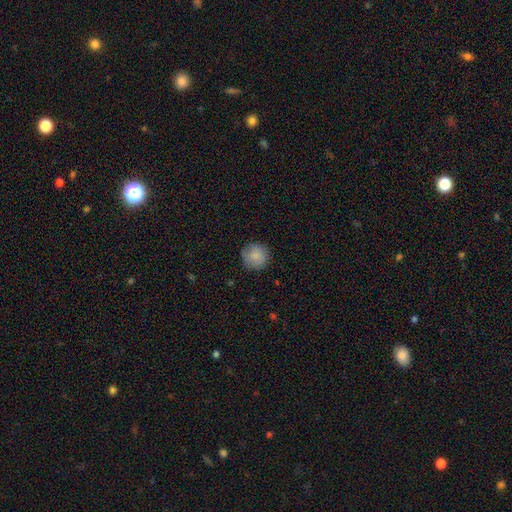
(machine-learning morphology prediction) smooth_or_featured: smooth (p=0.85) [alt: star or artifact p=0.08]
how_rounded: round (p=0.94) [alt: in between p=0.05]
merging: none (p=0.84) [alt: minor disturbance p=0.12]